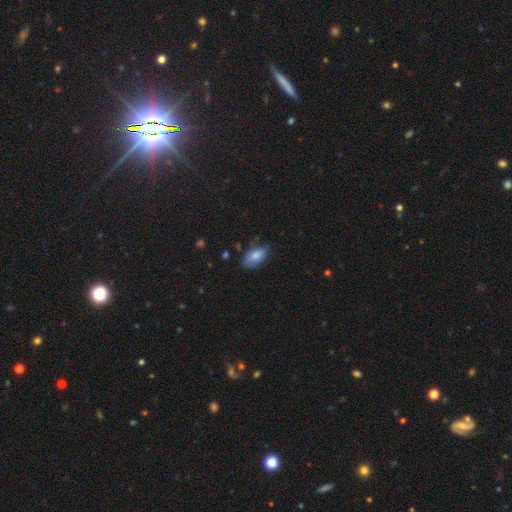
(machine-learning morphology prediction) smooth_or_featured: smooth (p=0.79) [alt: featured or disk p=0.14]
how_rounded: in between (p=0.93) [alt: round p=0.04]
merging: none (p=0.67) [alt: minor disturbance p=0.26]